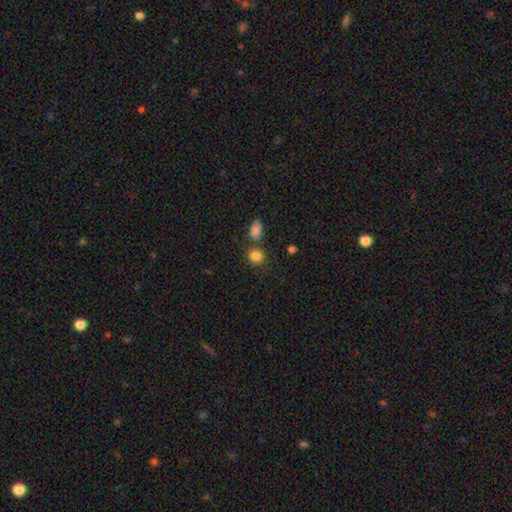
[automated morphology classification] The model was most divided on "merging": none: 65%, merger: 19%, minor disturbance: 12%, major disturbance: 4%. More confident: smooth or featured — smooth (84%); how rounded — round (73%).